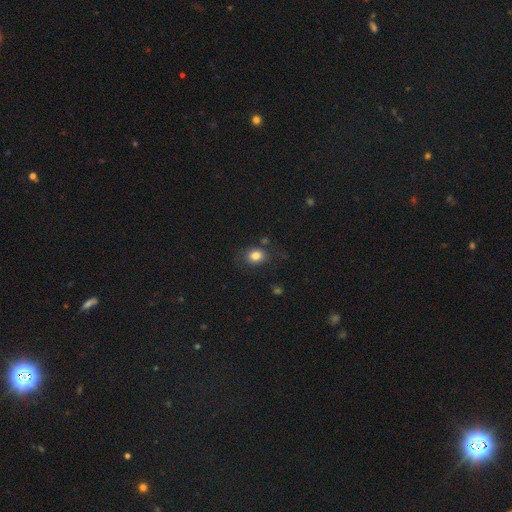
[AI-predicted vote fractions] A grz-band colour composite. It shows a smooth galaxy with no disk features (81%) that is in between round and cigar-shaped (50%). Merging: none (74%).